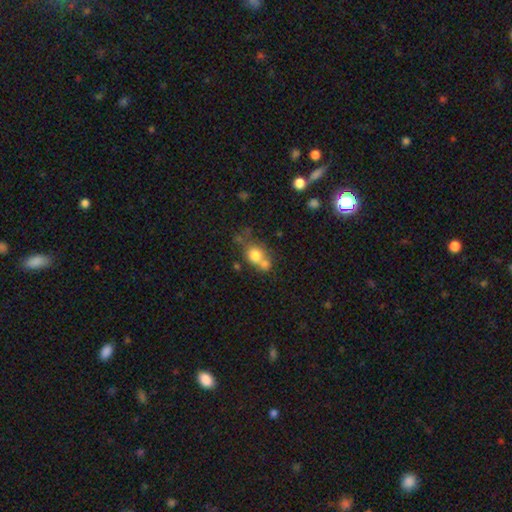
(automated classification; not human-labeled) Morphology: type=smooth (75%); roundness=round (65%); merging=merger (49%).